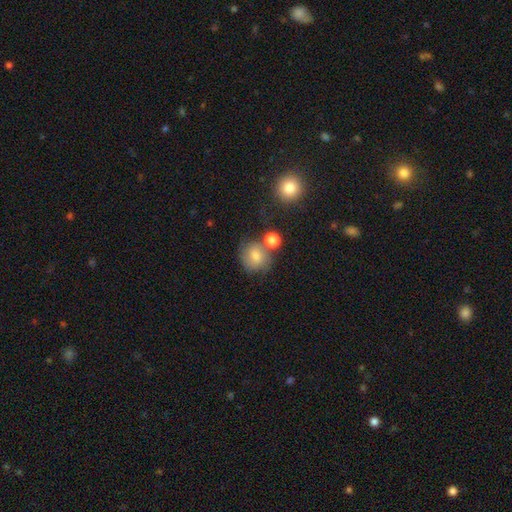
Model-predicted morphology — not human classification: Q: Smooth or featured?
A: smooth (70%); runner-up: featured or disk (19%)
Q: How rounded?
A: round (82%); runner-up: in between (17%)
Q: Merging?
A: none (57%); runner-up: merger (19%)